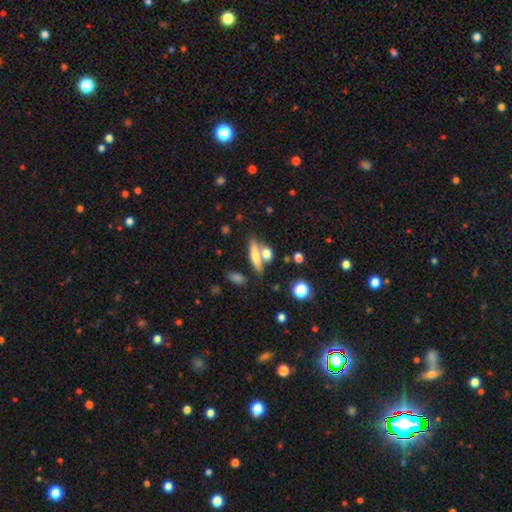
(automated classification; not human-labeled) smooth_or_featured: smooth (p=0.61) [alt: featured or disk p=0.30]
how_rounded: cigar-shaped (p=0.60) [alt: in between p=0.30]
merging: none (p=0.56) [alt: merger p=0.30]